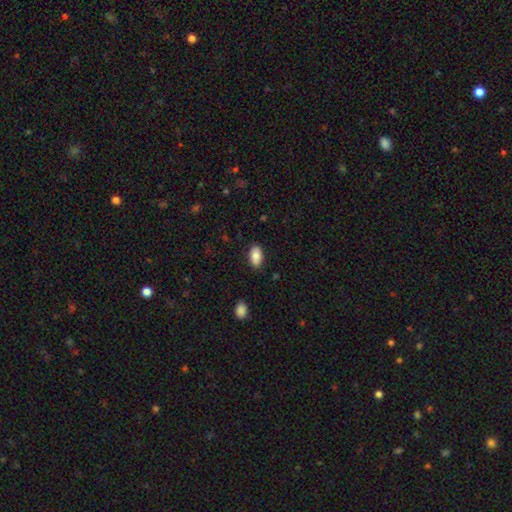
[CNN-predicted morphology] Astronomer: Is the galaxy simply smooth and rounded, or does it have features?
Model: smooth — 81%.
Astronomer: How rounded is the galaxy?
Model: in between — 93%.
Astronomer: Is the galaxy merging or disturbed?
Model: none — 84%.